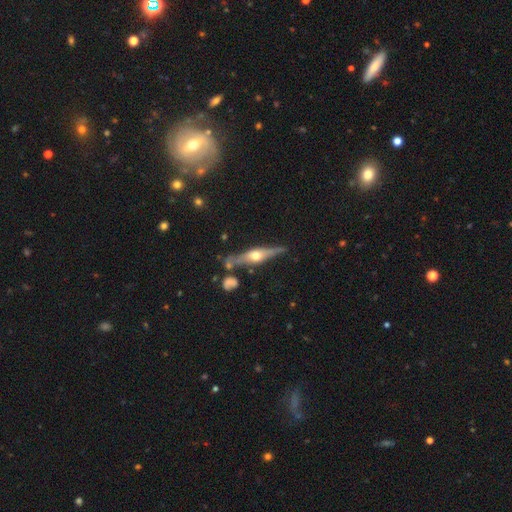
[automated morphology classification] Smooth or featured: featured or disk — 75% (smooth — 19%)
Edge-on disk: yes — 95% (no — 5%)
Edge-on bulge: rounded — 93% (boxy — 4%)
Merging: none — 76% (minor disturbance — 13%)